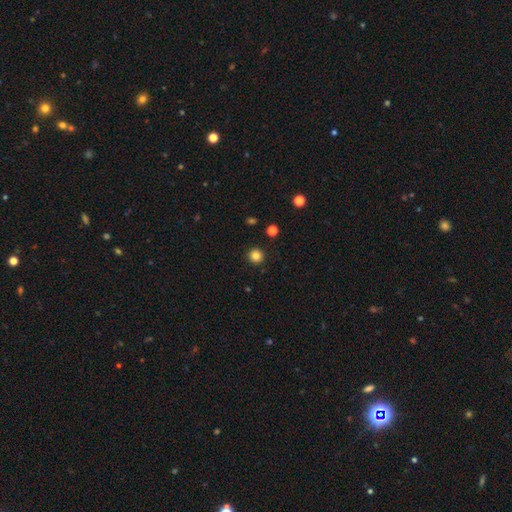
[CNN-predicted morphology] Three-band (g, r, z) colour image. It shows a smooth galaxy with no disk features (83%) that is round (95%). Merging: none (92%).